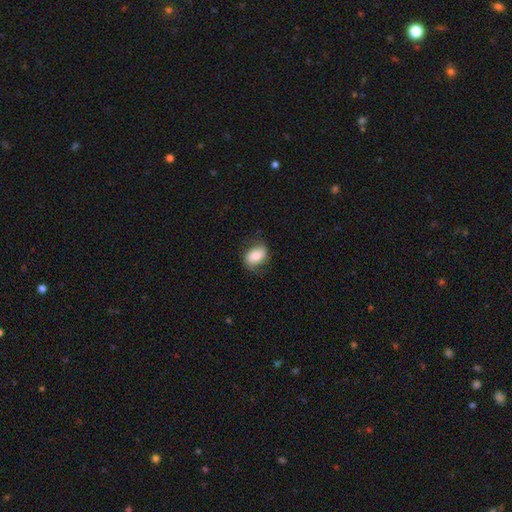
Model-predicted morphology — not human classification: Smooth or featured? Predicted: smooth (p=0.73). How rounded? Predicted: in between (p=0.79). Merging? Predicted: none (p=0.72).